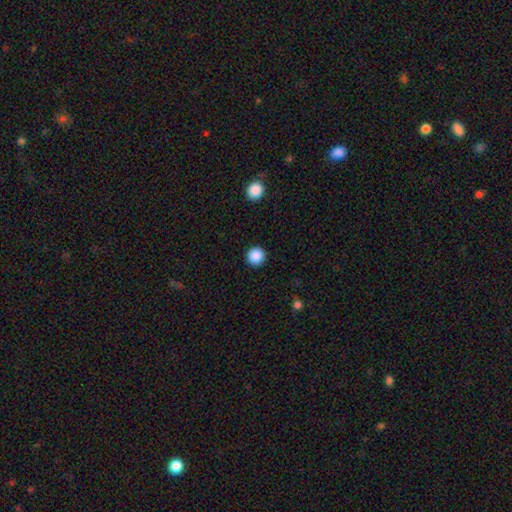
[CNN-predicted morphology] The model was most divided on "smooth or featured": smooth: 88%, star or artifact: 9%, featured or disk: 3%. More confident: how rounded — round (96%); merging — none (93%).